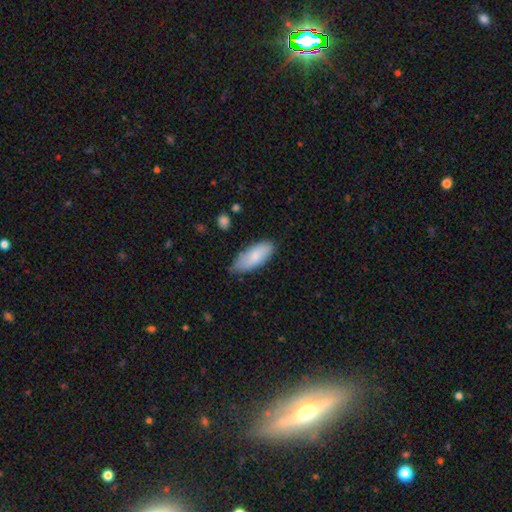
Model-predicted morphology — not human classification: smooth_or_featured: smooth (p=0.80) [alt: featured or disk p=0.14]
how_rounded: in between (p=0.82) [alt: cigar-shaped p=0.16]
merging: none (p=0.73) [alt: minor disturbance p=0.22]